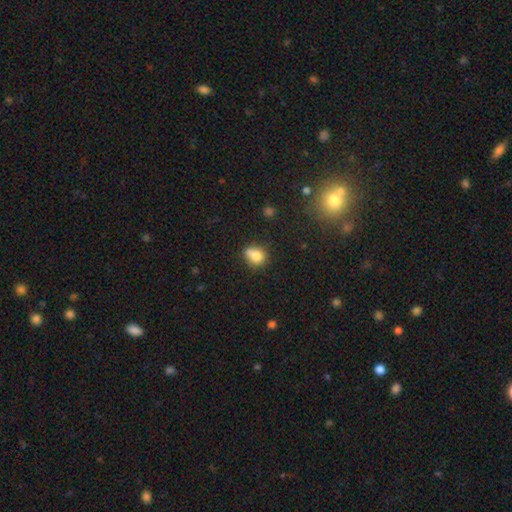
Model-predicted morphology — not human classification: Smooth or featured? smooth (78%)
How rounded? round (54%)
Merging? none (44%)